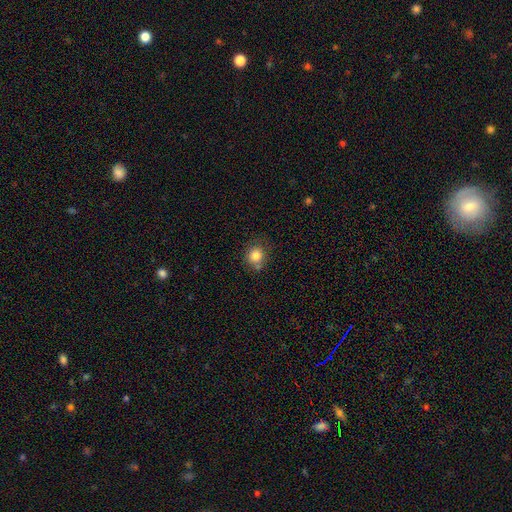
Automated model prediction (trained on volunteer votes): Smooth or featured?
  - smooth: 82% *
  - star or artifact: 10%
  - featured or disk: 7%
How rounded?
  - round: 81% *
  - in between: 19%
  - cigar-shaped: 1%
Merging?
  - none: 66% *
  - minor disturbance: 19%
  - merger: 10%
  - major disturbance: 5%